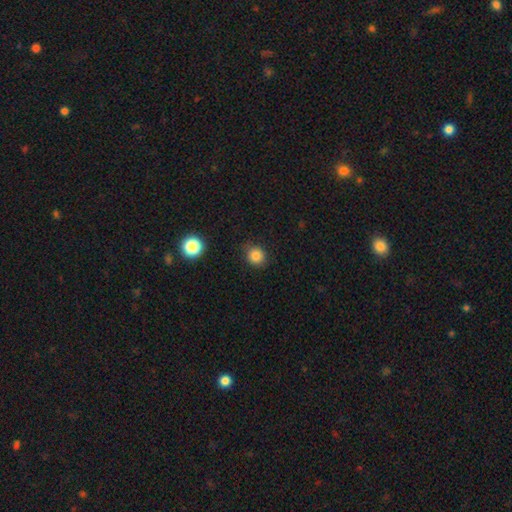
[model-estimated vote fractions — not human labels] Smooth or featured: smooth — 83% (star or artifact — 12%)
How rounded: round — 85% (in between — 14%)
Merging: none — 83% (minor disturbance — 13%)